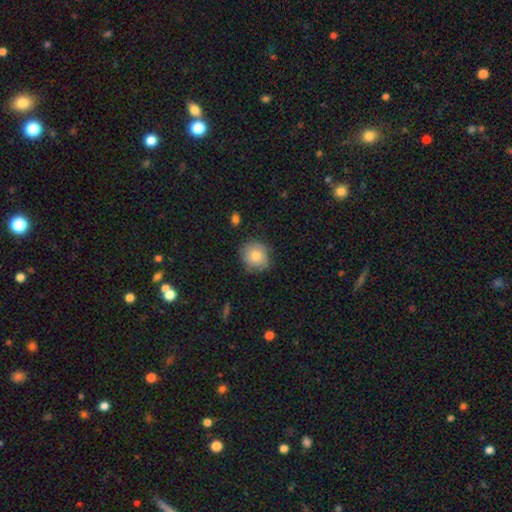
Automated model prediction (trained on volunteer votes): Smooth or featured? Predicted: smooth (p=0.72). How rounded? Predicted: round (p=0.82). Merging? Predicted: none (p=0.76).